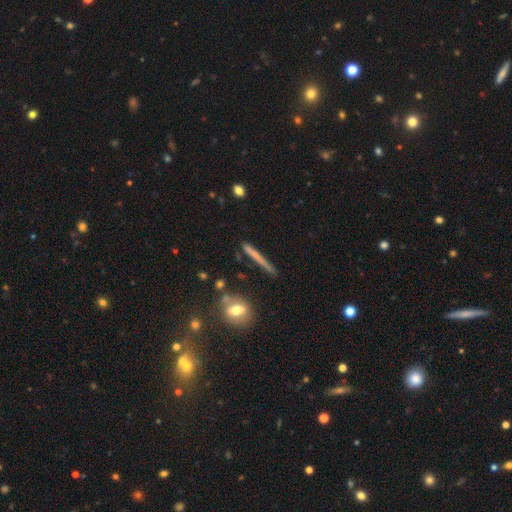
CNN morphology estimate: Smooth or featured?
  - smooth: 52% *
  - featured or disk: 39%
  - star or artifact: 8%
How rounded?
  - cigar-shaped: 94% *
  - in between: 3%
  - round: 3%
Merging?
  - none: 82% *
  - minor disturbance: 12%
  - merger: 3%
  - major disturbance: 3%